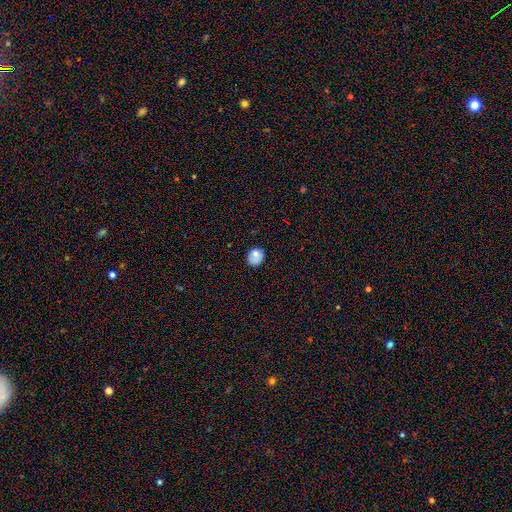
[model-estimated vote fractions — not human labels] Smooth or featured: smooth — 79% (featured or disk — 10%)
How rounded: round — 71% (in between — 28%)
Merging: none — 76% (minor disturbance — 18%)